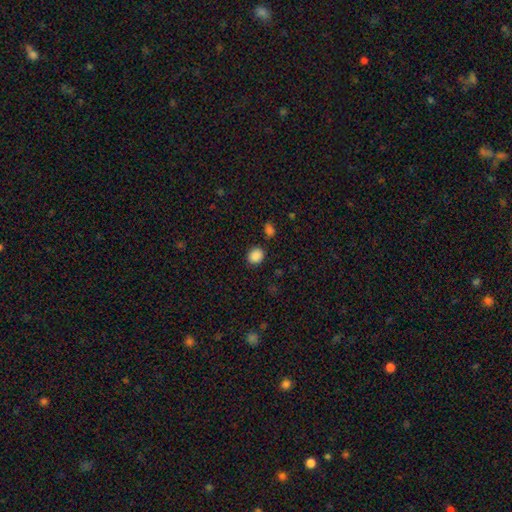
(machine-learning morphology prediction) A smooth galaxy with no disk features (87%) that is round (65%). Merging: none (84%).